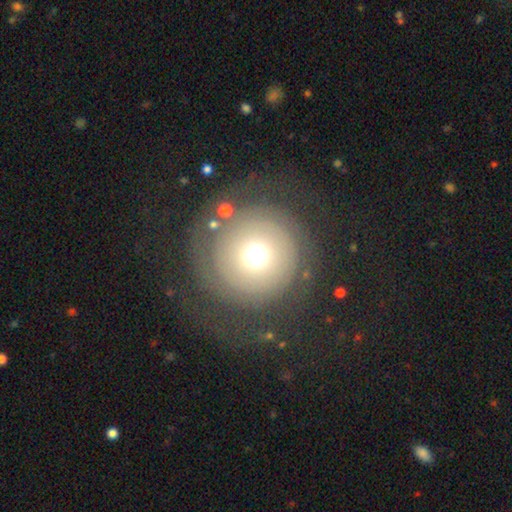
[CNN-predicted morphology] type=smooth (47%); merging=none (65%).